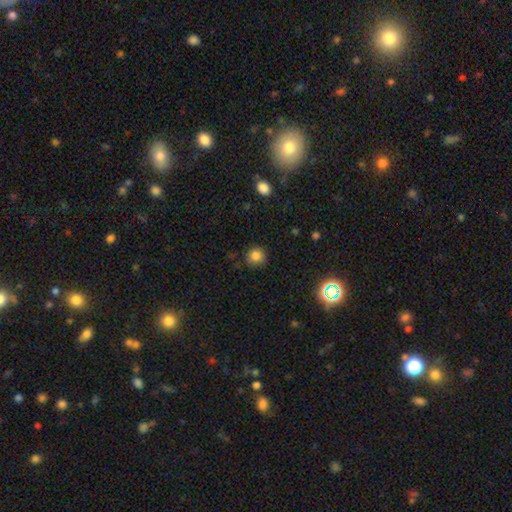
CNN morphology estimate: This appears to be a smooth galaxy with no disk features (81%) that is round (92%). Merging: none (84%).